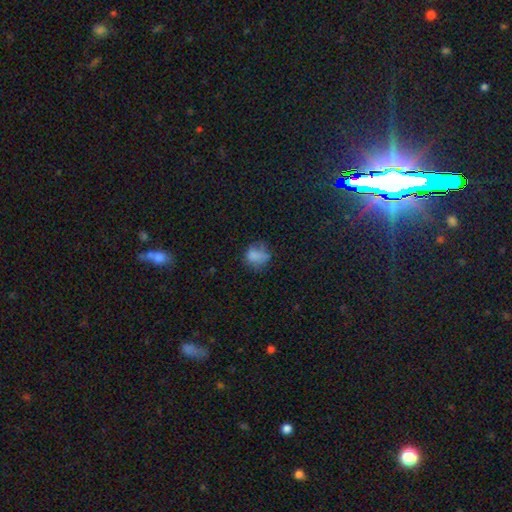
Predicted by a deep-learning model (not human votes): Smooth or featured?
  - smooth: 71% *
  - featured or disk: 15%
  - star or artifact: 14%
How rounded?
  - round: 57% *
  - in between: 41%
  - cigar-shaped: 1%
Merging?
  - none: 46% *
  - minor disturbance: 28%
  - major disturbance: 21%
  - merger: 4%